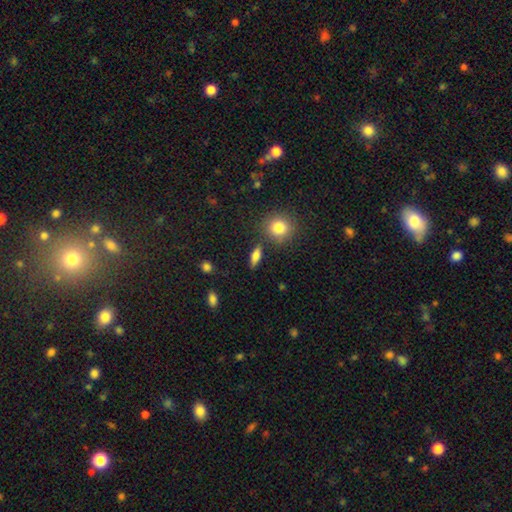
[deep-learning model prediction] Smooth or featured? Predicted: smooth (p=0.72). How rounded? Predicted: in between (p=0.58). Merging? Predicted: none (p=0.81).